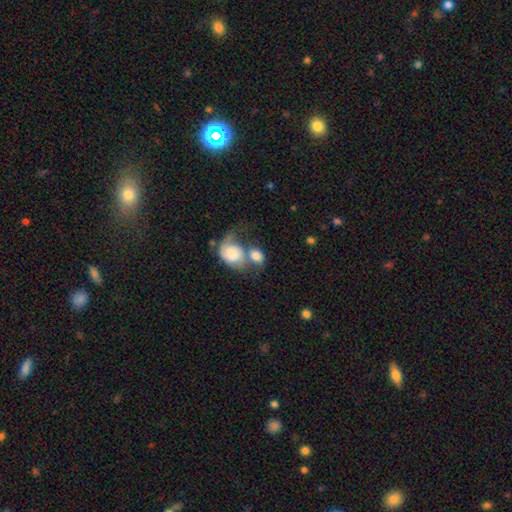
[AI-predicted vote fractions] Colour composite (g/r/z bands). It shows a smooth galaxy with no disk features (69%) that is in between round and cigar-shaped (58%). Merging: merger (64%).